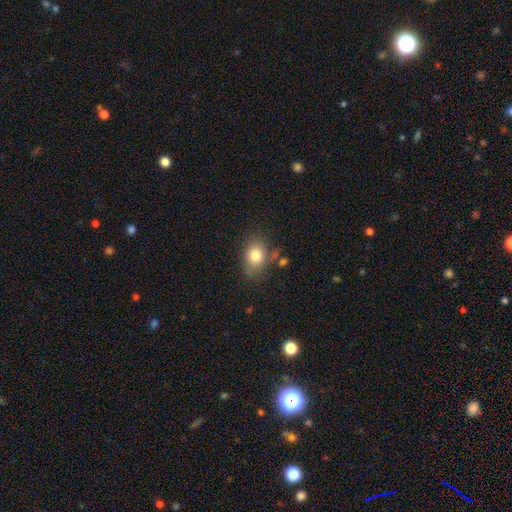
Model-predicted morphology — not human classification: A smooth galaxy with no disk features (79%) that is in between round and cigar-shaped (71%). Merging: none (66%).